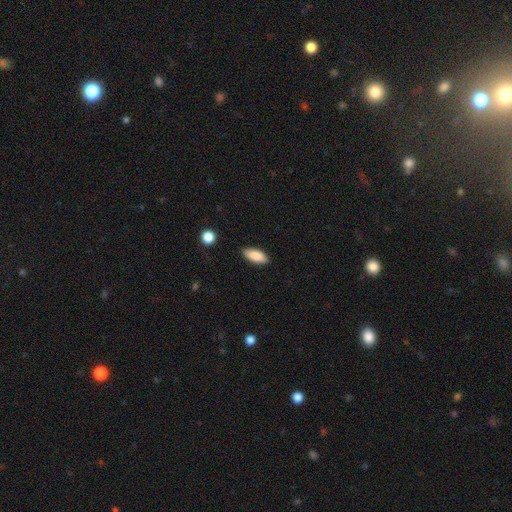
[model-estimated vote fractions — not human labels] Morphology: type=smooth (86%); roundness=in between (84%); merging=none (84%).